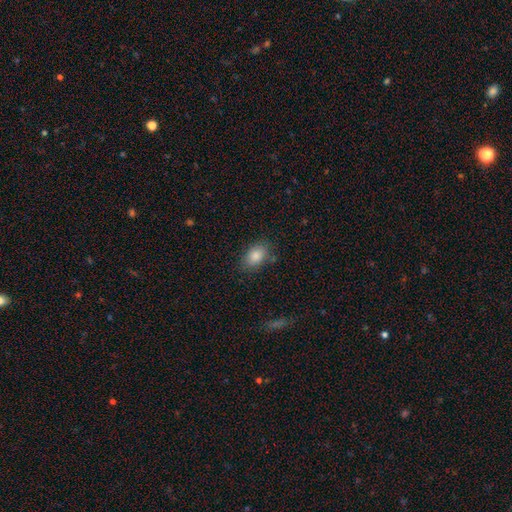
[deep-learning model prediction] Smooth or featured? Predicted: smooth (p=0.84). How rounded? Predicted: in between (p=0.85). Merging? Predicted: none (p=0.81).